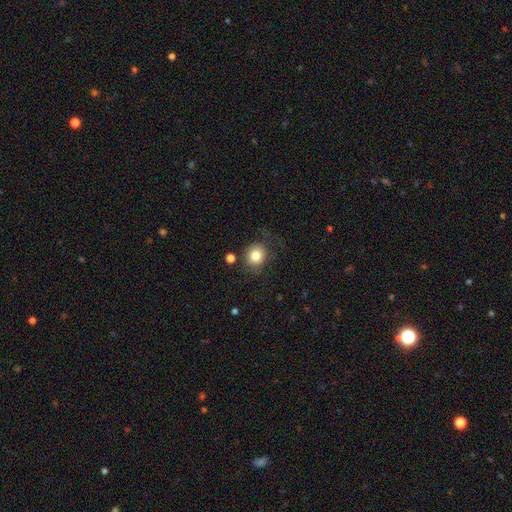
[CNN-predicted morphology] This appears to be a smooth galaxy with no disk features (81%) that is round (80%). Merging: none (74%).